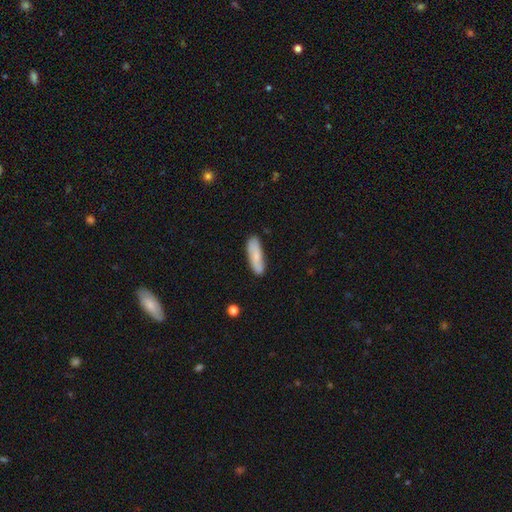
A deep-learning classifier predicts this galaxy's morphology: The model was most divided on "how rounded": cigar-shaped: 64%, in between: 34%, round: 2%. More confident: merging — none (79%); smooth or featured — smooth (73%).